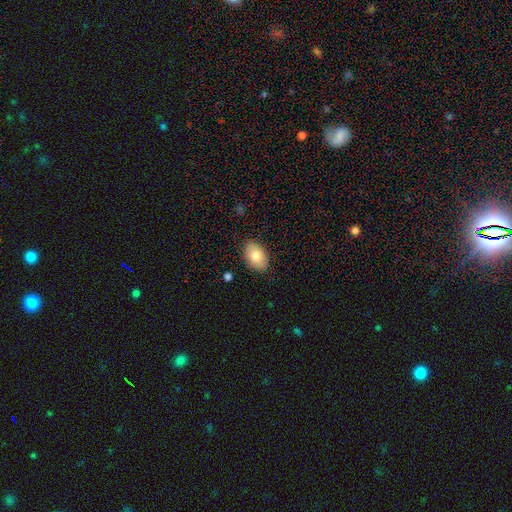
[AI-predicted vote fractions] Smooth or featured? Predicted: smooth (p=0.81). How rounded? Predicted: in between (p=0.88). Merging? Predicted: none (p=0.87).